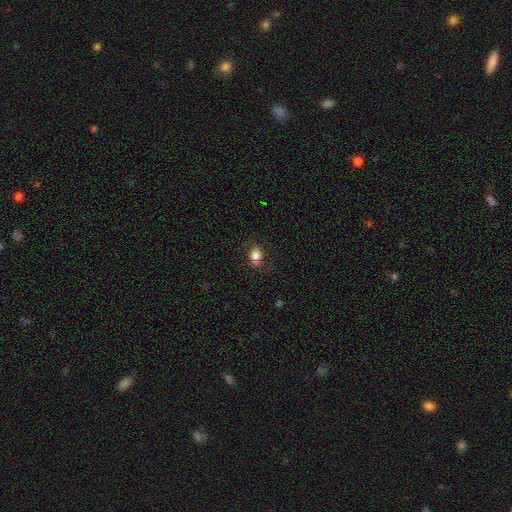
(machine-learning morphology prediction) Smooth or featured?
  - smooth: 81% *
  - star or artifact: 11%
  - featured or disk: 8%
How rounded?
  - in between: 50% *
  - round: 48%
  - cigar-shaped: 1%
Merging?
  - none: 79% *
  - minor disturbance: 14%
  - major disturbance: 5%
  - merger: 2%